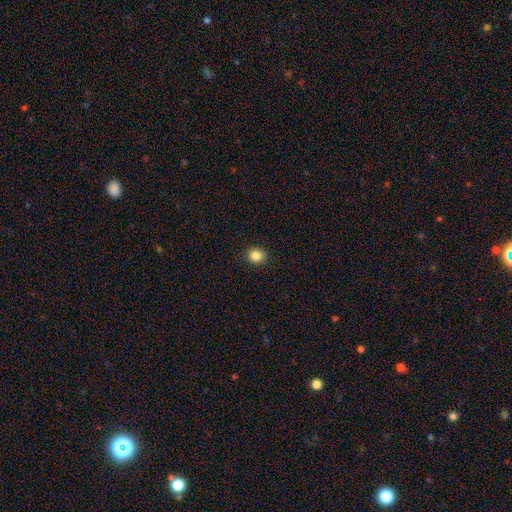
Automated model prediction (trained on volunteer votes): Smooth or featured? smooth (85%)
How rounded? round (80%)
Merging? none (90%)